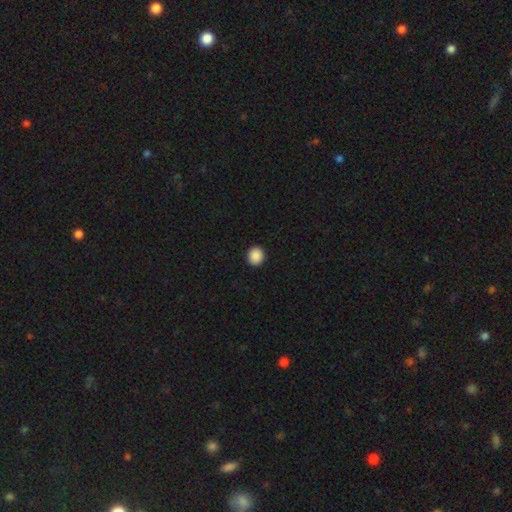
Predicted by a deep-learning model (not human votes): smooth-or-featured: smooth: 89% | star or artifact: 9% | featured or disk: 2%
  how-rounded: round: 89% | in between: 10% | cigar-shaped: 1%
  merging: none: 93% | minor disturbance: 4% | major disturbance: 1% | merger: 1%